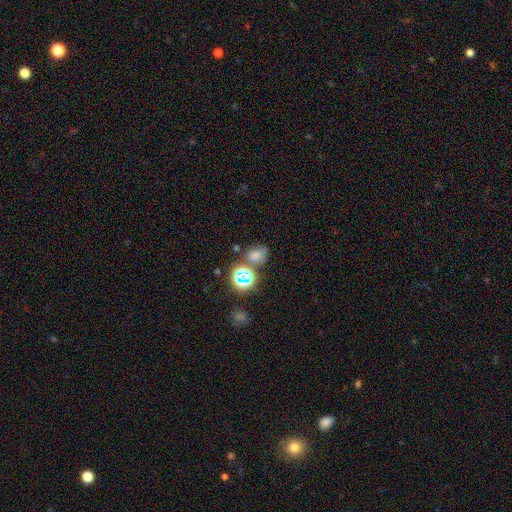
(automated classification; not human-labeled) Smooth or featured?
  - smooth: 63% *
  - star or artifact: 28%
  - featured or disk: 9%
How rounded?
  - in between: 55% *
  - round: 44%
  - cigar-shaped: 1%
Merging?
  - none: 57% *
  - merger: 19%
  - minor disturbance: 17%
  - major disturbance: 7%